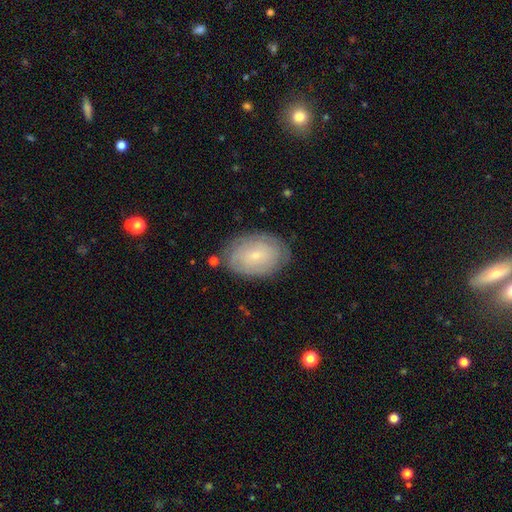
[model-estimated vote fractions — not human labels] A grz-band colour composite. It shows a featured or disk galaxy (49%). Merging: none (79%).